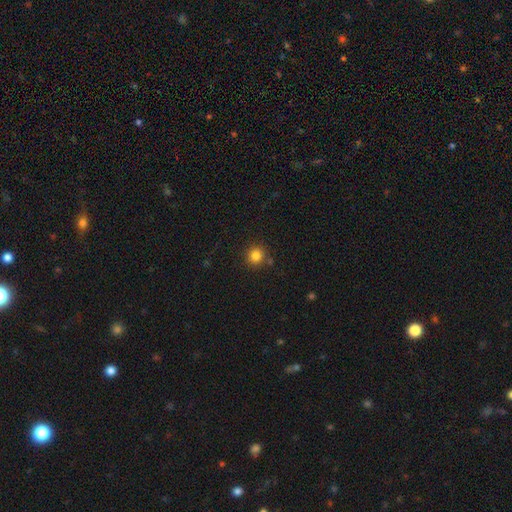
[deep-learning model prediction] A smooth galaxy with no disk features (83%) that is round (93%).

Vote fractions:
- Smooth or featured? smooth: 83% / star or artifact: 12% / featured or disk: 5%
- How rounded? round: 93% / in between: 6% / cigar-shaped: 1%
- Merging? none: 85% / minor disturbance: 8% / merger: 5% / major disturbance: 2%